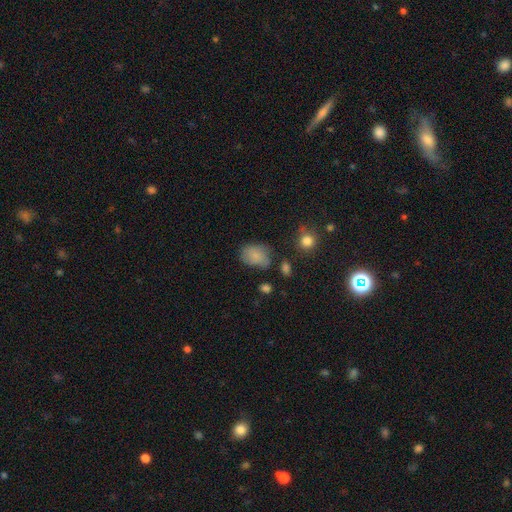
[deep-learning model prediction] Smooth or featured? smooth (80%)
How rounded? in between (71%)
Merging? none (56%)